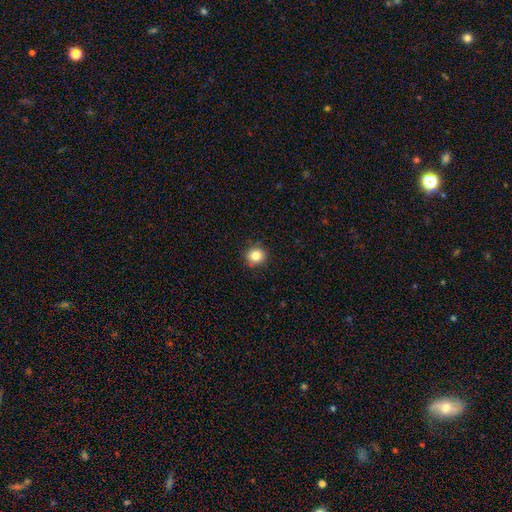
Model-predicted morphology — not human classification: Smooth or featured?
  - smooth: 84% *
  - star or artifact: 11%
  - featured or disk: 5%
How rounded?
  - round: 90% *
  - in between: 9%
  - cigar-shaped: 1%
Merging?
  - none: 90% *
  - minor disturbance: 7%
  - major disturbance: 2%
  - merger: 1%